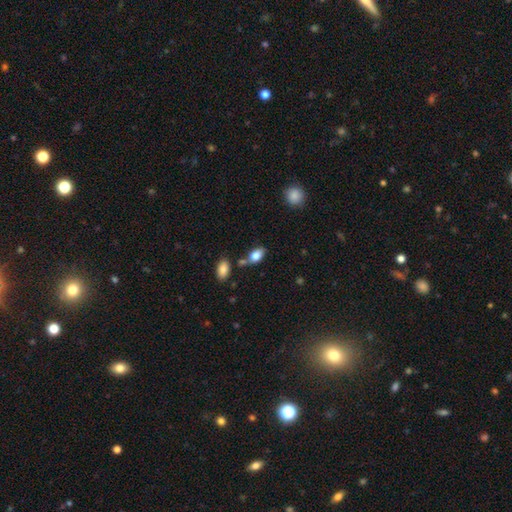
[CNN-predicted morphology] smooth_or_featured: smooth (p=0.80) [alt: featured or disk p=0.12]
how_rounded: in between (p=0.89) [alt: round p=0.07]
merging: none (p=0.67) [alt: merger p=0.15]